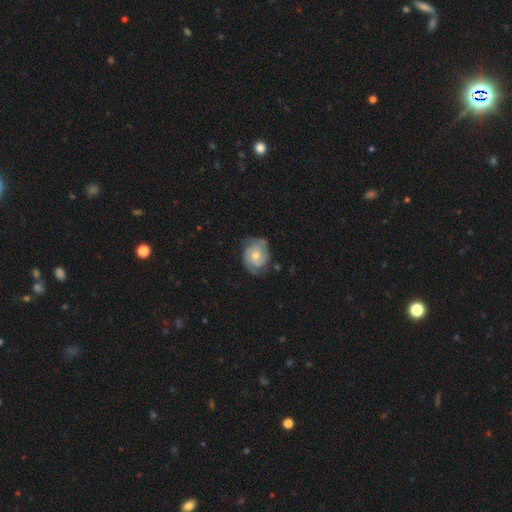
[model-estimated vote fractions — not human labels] Q: Smooth or featured?
A: featured or disk (70%); runner-up: smooth (24%)
Q: Edge-on disk?
A: no (97%); runner-up: yes (3%)
Q: Bar?
A: no (71%); runner-up: weak (25%)
Q: Spiral arms?
A: yes (91%); runner-up: no (9%)
Q: Spiral winding?
A: tight (52%); runner-up: medium (36%)
Q: Spiral arm count?
A: 2 (55%); runner-up: can't tell (19%)
Q: Bulge size?
A: moderate (63%); runner-up: small (30%)
Q: Merging?
A: none (64%); runner-up: minor disturbance (26%)